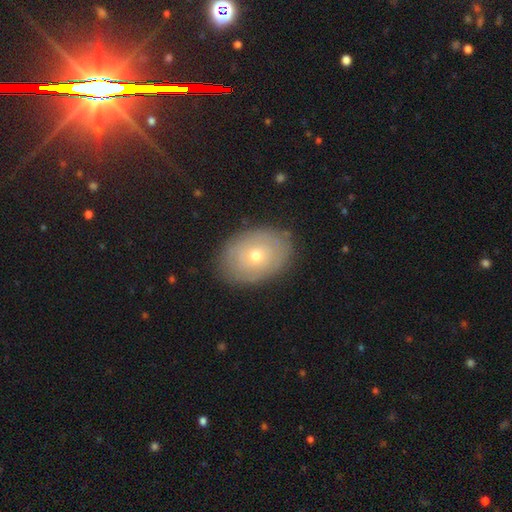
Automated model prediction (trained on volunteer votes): Morphology: type=smooth (46%); merging=none (85%).